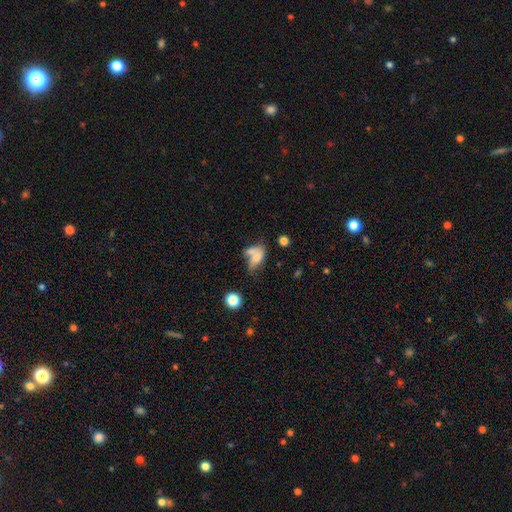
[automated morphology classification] Overall: smooth (62%; featured or disk 28%). How rounded: in between (81%). Merging: merger (43%; none 25%).